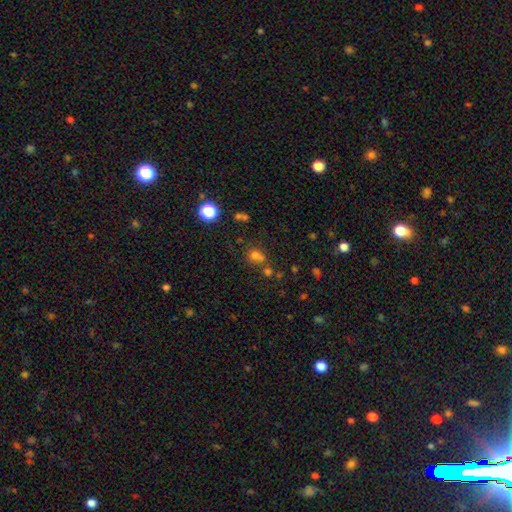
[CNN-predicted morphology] Smooth or featured? smooth (68%)
How rounded? round (77%)
Merging? none (49%)